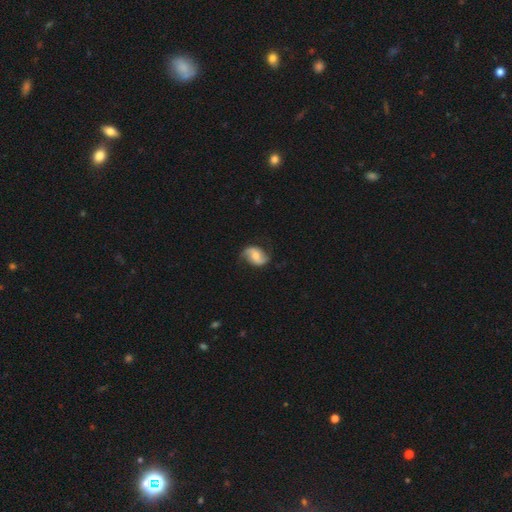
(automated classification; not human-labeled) featured or disk 74%, smooth 19%, star or artifact 6%. Down the decision tree: edge-on disk — no (97%); bar — no (48%); spiral arms — yes (94%); spiral arm count — 2 (91%); spiral winding — loose (58%); bulge size — moderate (57%); merging — none (76%).